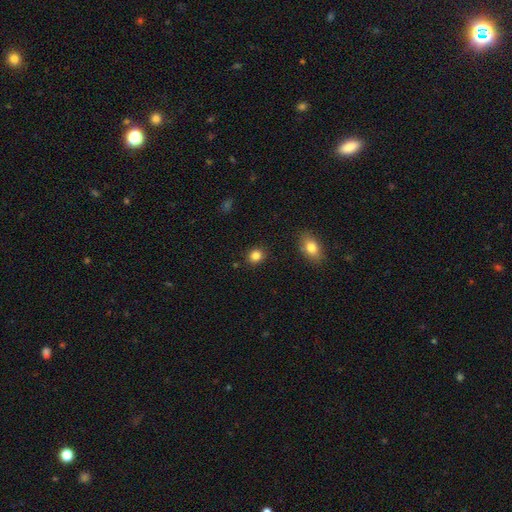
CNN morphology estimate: Overall: smooth (84%). How rounded: round (71%). Merging: none (89%).